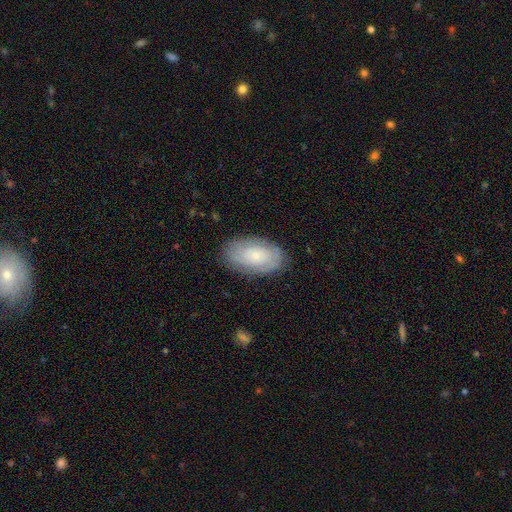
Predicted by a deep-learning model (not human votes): Smooth or featured?
  - smooth: 58% *
  - featured or disk: 35%
  - star or artifact: 7%
How rounded?
  - in between: 94% *
  - round: 4%
  - cigar-shaped: 2%
Merging?
  - none: 81% *
  - minor disturbance: 14%
  - major disturbance: 4%
  - merger: 1%